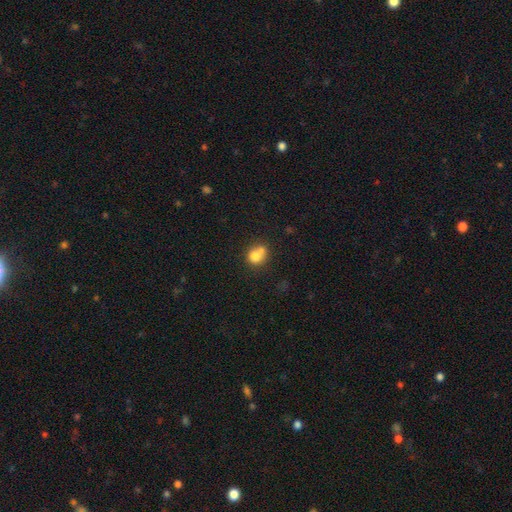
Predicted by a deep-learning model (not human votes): Morphology: type=smooth (75%); roundness=round (73%); merging=merger (49%).